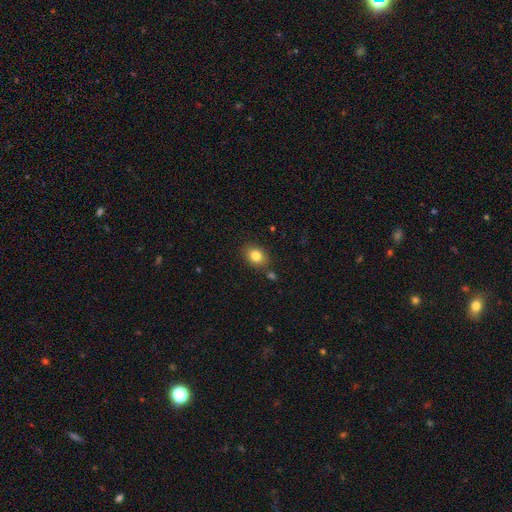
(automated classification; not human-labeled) Morphology: type=smooth (83%); roundness=in between (50%); merging=none (81%).